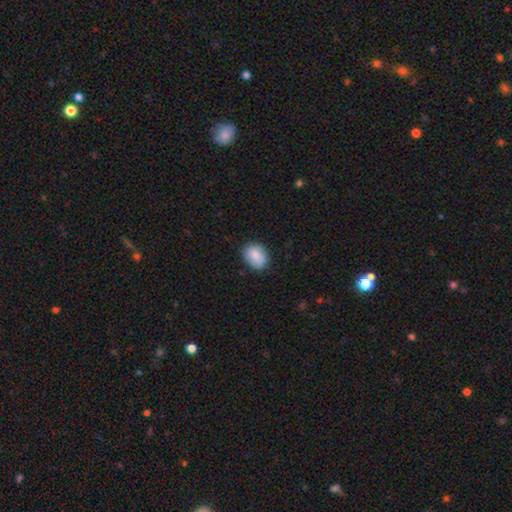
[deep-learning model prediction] smooth 86%, star or artifact 7%, featured or disk 7%. Down the decision tree: how rounded — in between (61%); merging — none (78%).